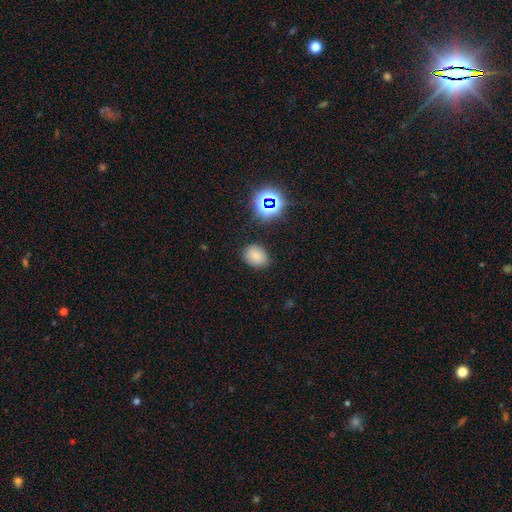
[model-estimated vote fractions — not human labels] The model was most divided on "how rounded": in between: 58%, round: 41%, cigar-shaped: 1%. More confident: merging — none (82%); smooth or featured — smooth (75%).